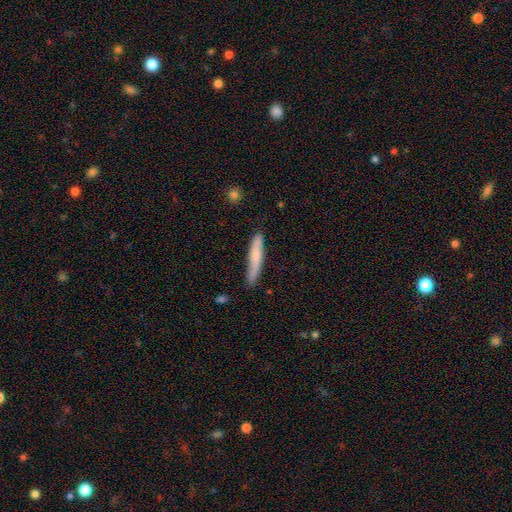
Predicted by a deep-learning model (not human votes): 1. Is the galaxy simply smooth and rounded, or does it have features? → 66% smooth, 29% featured or disk, 5% star or artifact.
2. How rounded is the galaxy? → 92% cigar-shaped, 6% in between, 1% round.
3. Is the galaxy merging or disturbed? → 77% none, 18% minor disturbance, 3% major disturbance, 2% merger.